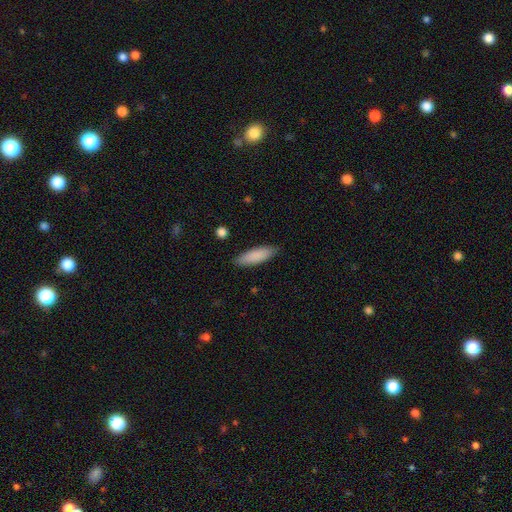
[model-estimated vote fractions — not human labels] smooth 87%, featured or disk 7%, star or artifact 6%. Down the decision tree: how rounded — cigar-shaped (50%); merging — none (86%).